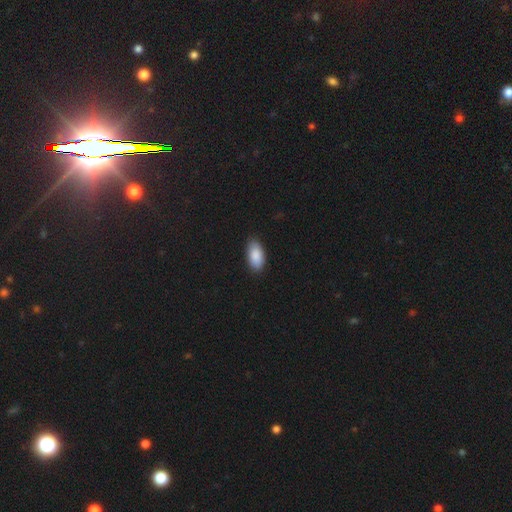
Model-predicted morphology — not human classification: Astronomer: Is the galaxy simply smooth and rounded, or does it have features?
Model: smooth — 89%.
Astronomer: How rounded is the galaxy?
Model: in between — 94%.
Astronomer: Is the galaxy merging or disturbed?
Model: none — 86%.